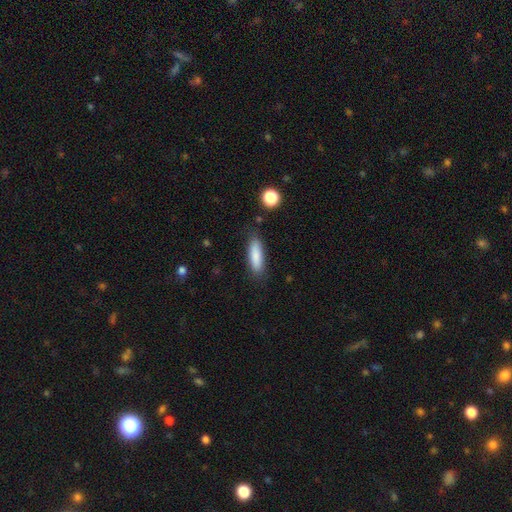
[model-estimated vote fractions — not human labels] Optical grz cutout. It shows a smooth galaxy with no disk features (84%) that is cigar-shaped (56%). Merging: none (83%).